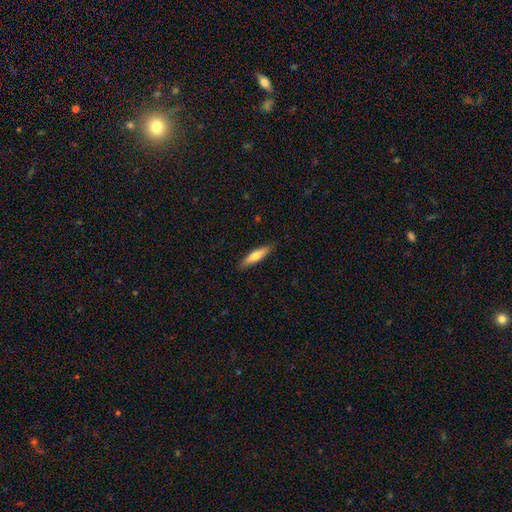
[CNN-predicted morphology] Smooth or featured: smooth — 63% (featured or disk — 31%)
How rounded: cigar-shaped — 73% (in between — 25%)
Merging: none — 87% (minor disturbance — 10%)